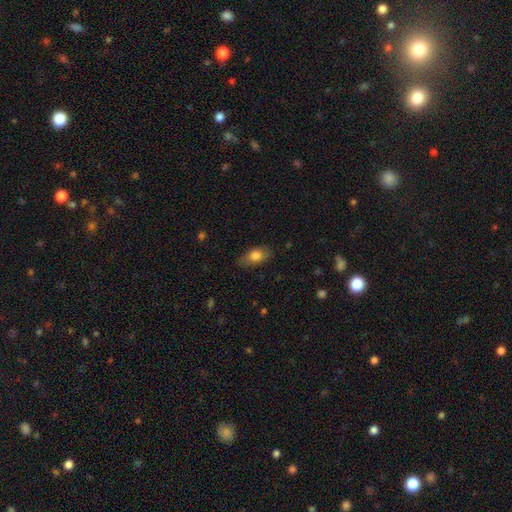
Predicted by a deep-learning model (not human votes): Smooth or featured: smooth — 77% (featured or disk — 15%)
How rounded: in between — 86% (round — 7%)
Merging: none — 79% (minor disturbance — 16%)